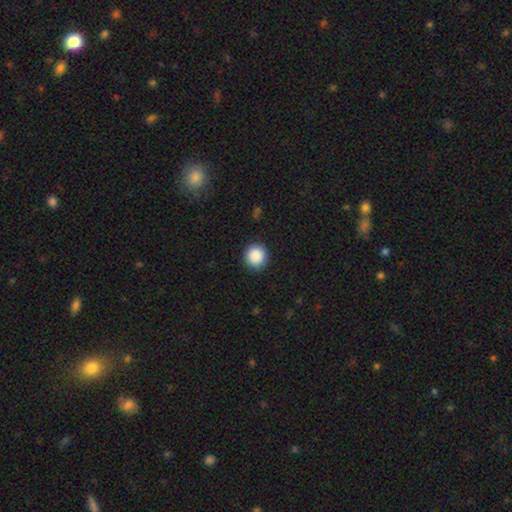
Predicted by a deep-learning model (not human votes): Morphology: type=smooth (89%); roundness=round (94%); merging=none (91%).